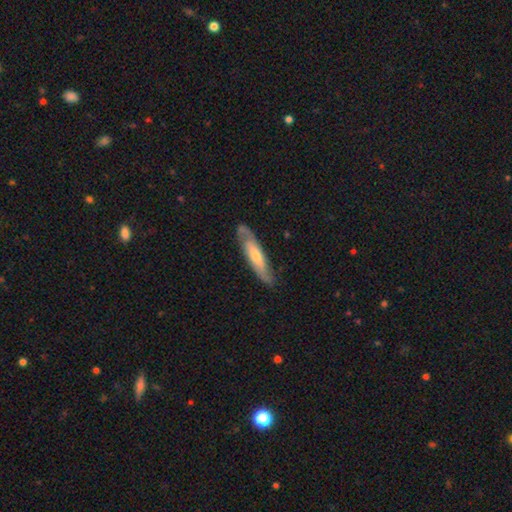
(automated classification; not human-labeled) smooth-or-featured: featured or disk: 58% | smooth: 37% | star or artifact: 5%
  disk-edge-on: no: 59% | yes: 41%
  merging: none: 78% | minor disturbance: 16% | major disturbance: 4% | merger: 1%